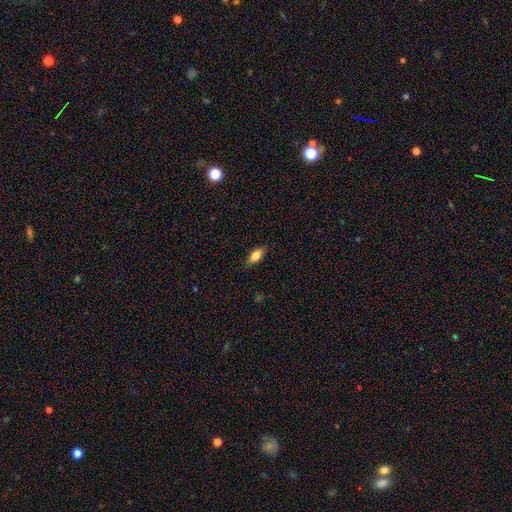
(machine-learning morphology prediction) The model was most divided on "smooth or featured": smooth: 81%, featured or disk: 11%, star or artifact: 7%. More confident: merging — none (84%); how rounded — in between (84%).